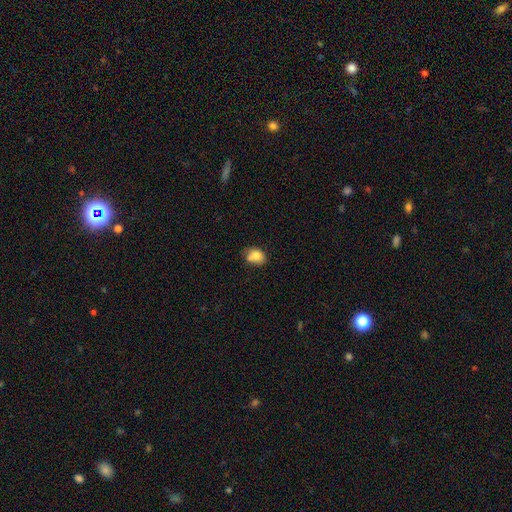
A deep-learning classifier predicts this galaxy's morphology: The model was most divided on "merging": none: 53%, minor disturbance: 26%, merger: 16%, major disturbance: 6%. More confident: smooth or featured — smooth (80%); how rounded — in between (64%).